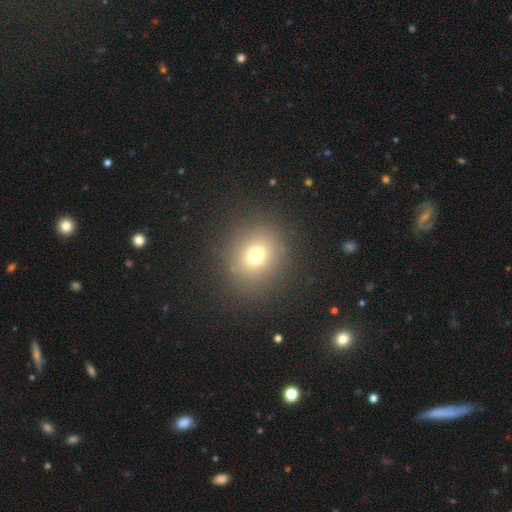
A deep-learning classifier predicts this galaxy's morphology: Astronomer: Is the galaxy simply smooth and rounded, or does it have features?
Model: smooth — 72%.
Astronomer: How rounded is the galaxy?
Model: round — 78%.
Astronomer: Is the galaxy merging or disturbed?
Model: none — 87%.